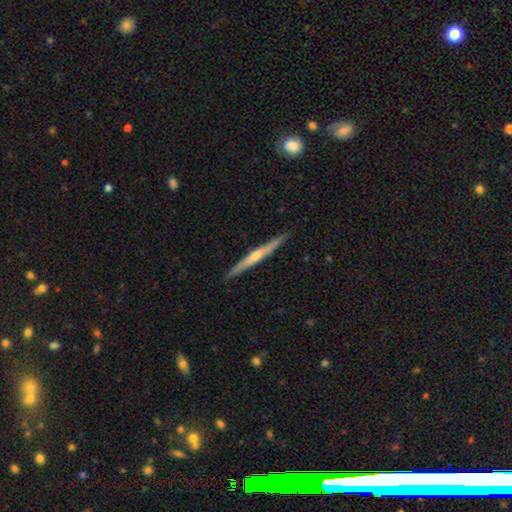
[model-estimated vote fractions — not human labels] This is likely a featured or disk galaxy (77%). It is clearly viewed edge-on (98%). Edge-on bulge: clearly rounded (81%). Merging: clearly none (92%).